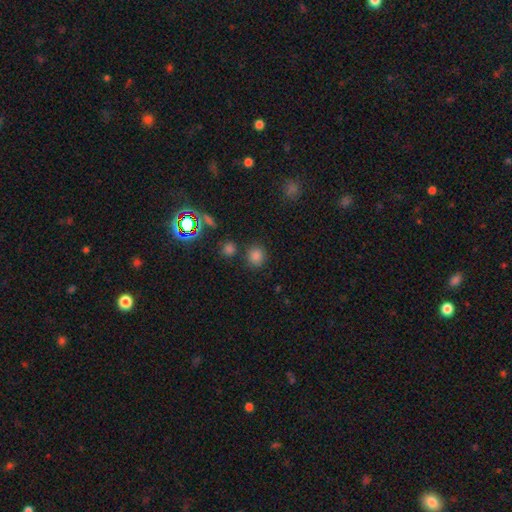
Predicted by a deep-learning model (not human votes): Overall: smooth (77%). How rounded: round (85%). Merging: none (80%).